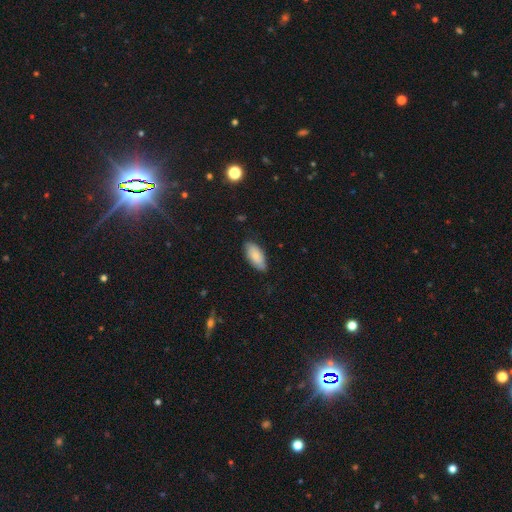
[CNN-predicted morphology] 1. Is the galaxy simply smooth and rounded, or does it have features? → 79% smooth, 15% featured or disk, 6% star or artifact.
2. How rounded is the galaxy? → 90% in between, 8% cigar-shaped, 2% round.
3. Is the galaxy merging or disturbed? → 78% none, 18% minor disturbance, 3% major disturbance, 1% merger.